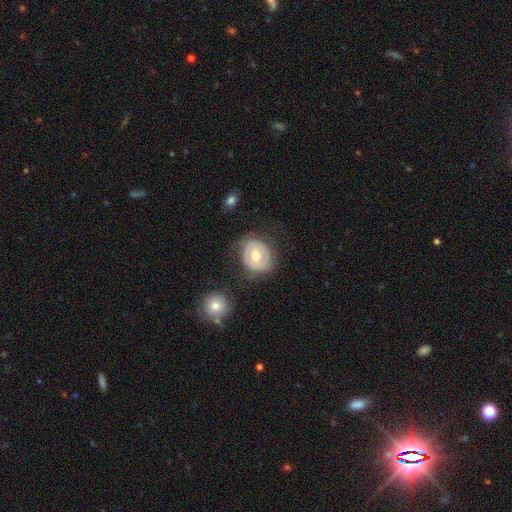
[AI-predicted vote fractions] Overall: featured or disk (48%; smooth 46%). Merging: none (74%).